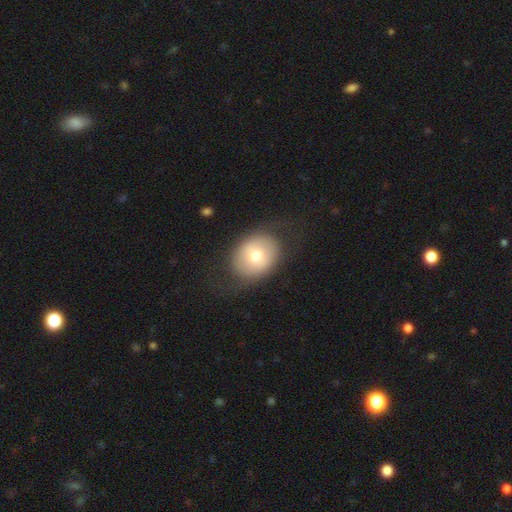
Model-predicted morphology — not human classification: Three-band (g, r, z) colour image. It shows a smooth galaxy with no disk features (64%) that is in between round and cigar-shaped (51%). Merging: none (72%).